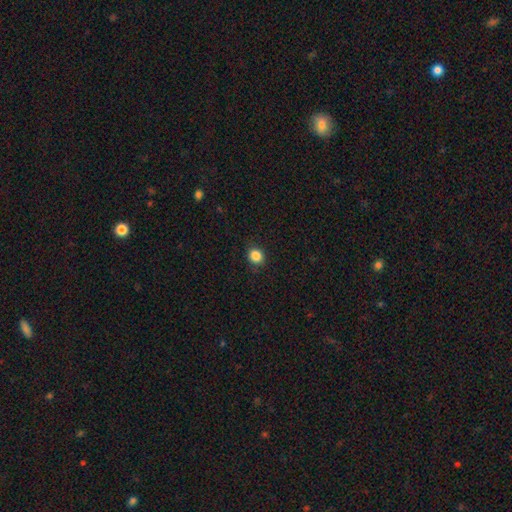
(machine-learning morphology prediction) A smooth galaxy with no disk features (86%) that is round (78%). Merging: none (88%).